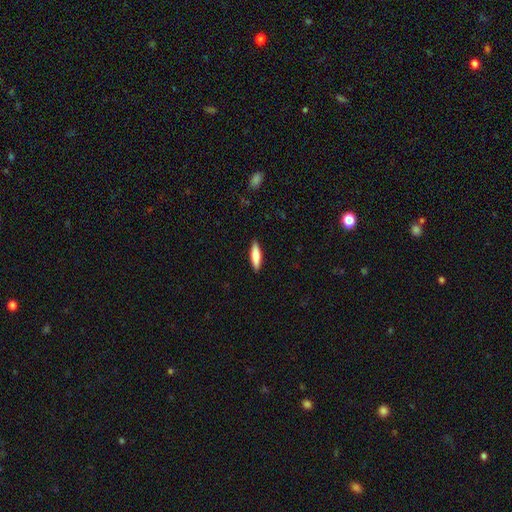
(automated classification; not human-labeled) The model was most divided on "how rounded": cigar-shaped: 69%, in between: 29%, round: 2%. More confident: merging — none (90%); smooth or featured — smooth (74%).